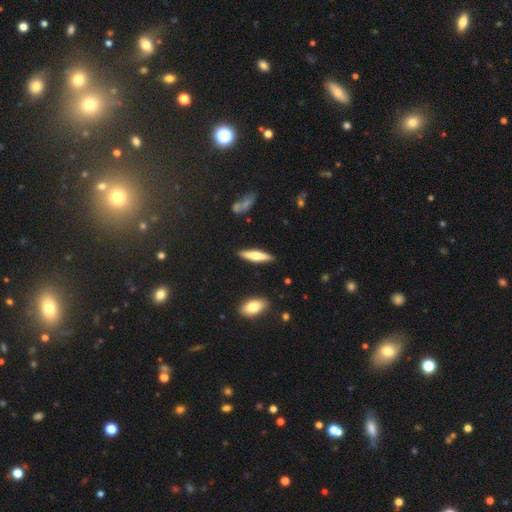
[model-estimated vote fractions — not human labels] This appears to be a smooth galaxy with no disk features (56%) that is cigar-shaped (75%). Merging: none (88%).